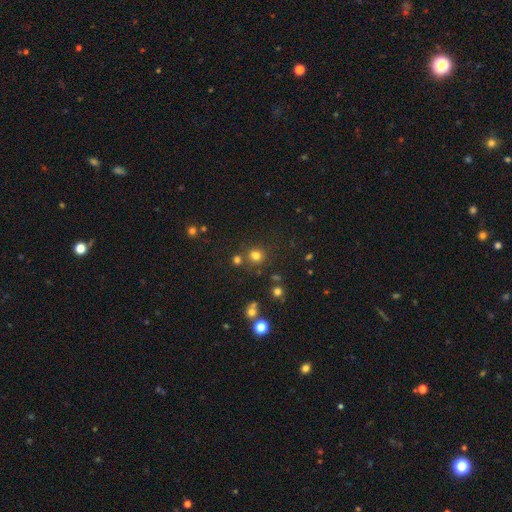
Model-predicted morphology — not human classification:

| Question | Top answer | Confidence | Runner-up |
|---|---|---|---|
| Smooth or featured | smooth | 73% | star or artifact (21%) |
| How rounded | round | 87% | in between (12%) |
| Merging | none | 75% | merger (12%) |